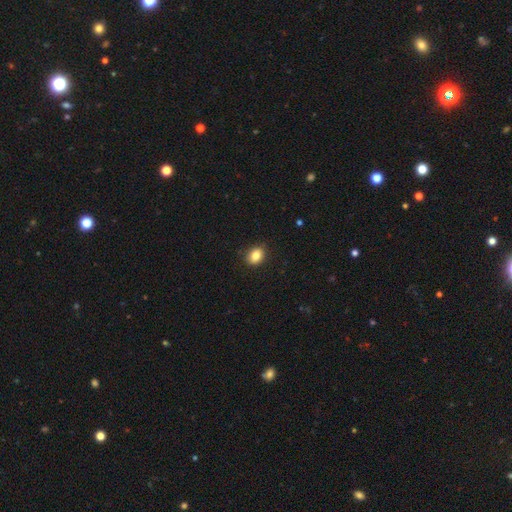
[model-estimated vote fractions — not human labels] Morphology: type=smooth (84%); roundness=in between (60%); merging=none (88%).